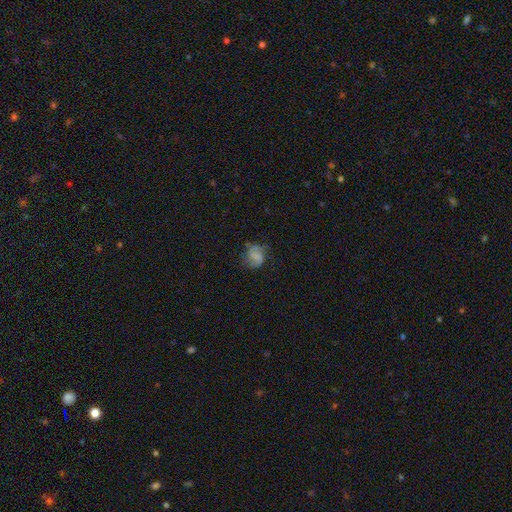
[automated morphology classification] Overall: smooth (48%; featured or disk 41%). Merging: none (52%; minor disturbance 27%).